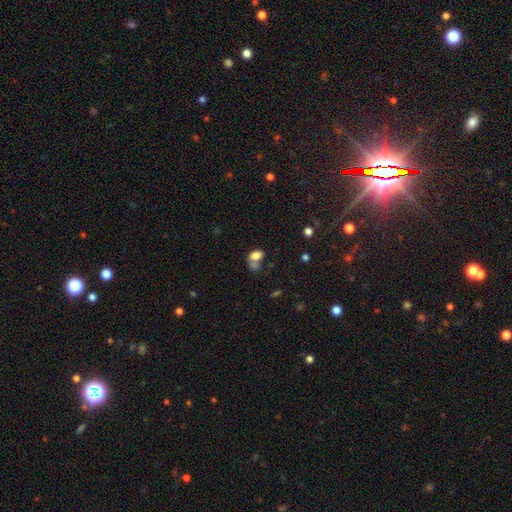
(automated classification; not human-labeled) Smooth or featured? smooth (76%)
How rounded? in between (82%)
Merging? merger (44%)